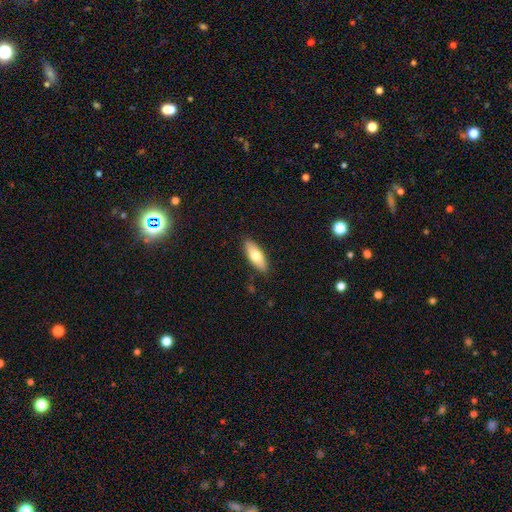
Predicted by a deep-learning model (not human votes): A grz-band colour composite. It shows a smooth galaxy with no disk features (71%) that is in between round and cigar-shaped (70%). Merging: none (88%).